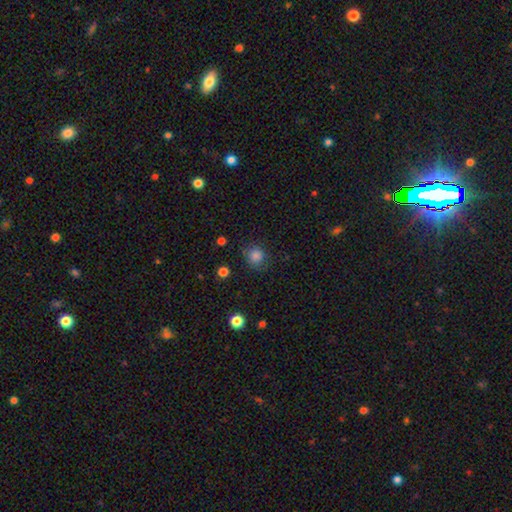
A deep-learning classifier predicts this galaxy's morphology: Smooth or featured? smooth (83%)
How rounded? round (85%)
Merging? none (75%)